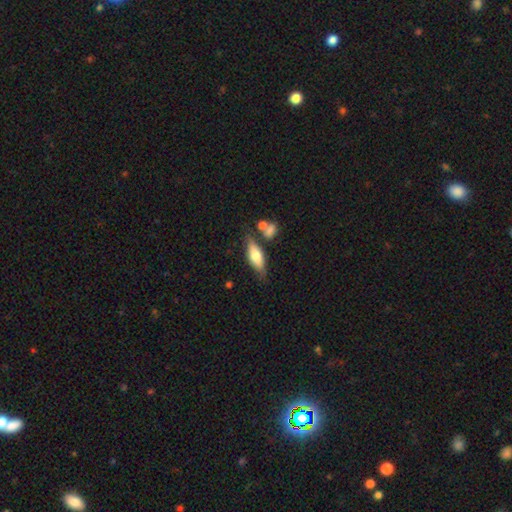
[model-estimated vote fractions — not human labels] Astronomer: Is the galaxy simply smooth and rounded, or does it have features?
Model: smooth — 55% (runner-up: featured or disk, 38%).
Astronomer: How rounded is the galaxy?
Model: in between — 62%.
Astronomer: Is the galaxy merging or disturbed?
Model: none — 68%.